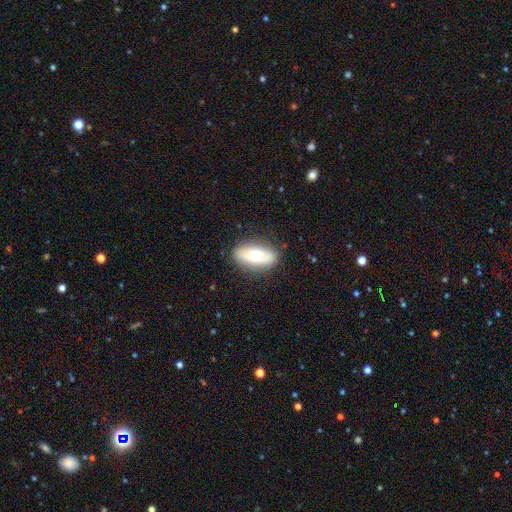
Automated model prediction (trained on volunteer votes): smooth 65%, featured or disk 28%, star or artifact 7%. Down the decision tree: how rounded — in between (84%); merging — none (81%).